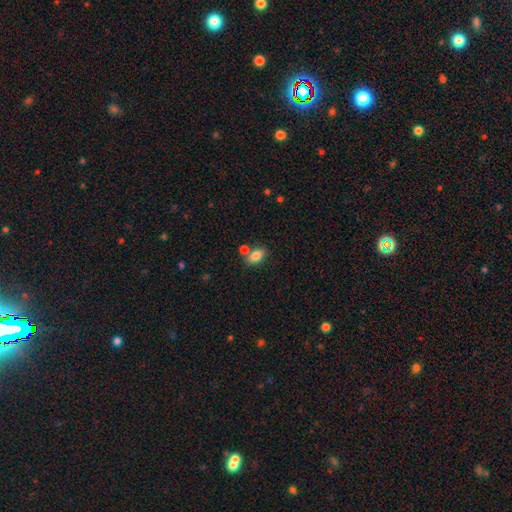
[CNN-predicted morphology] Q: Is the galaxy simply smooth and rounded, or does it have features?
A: smooth — 83%.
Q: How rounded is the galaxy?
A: in between — 88%.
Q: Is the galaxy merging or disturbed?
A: none — 65%.